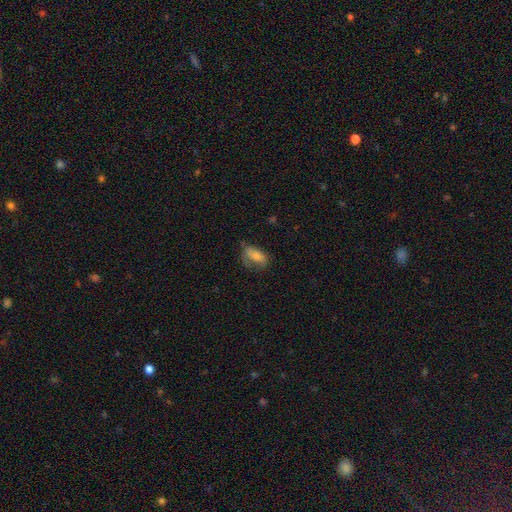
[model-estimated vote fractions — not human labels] Smooth or featured? smooth (72%)
How rounded? in between (88%)
Merging? none (47%)